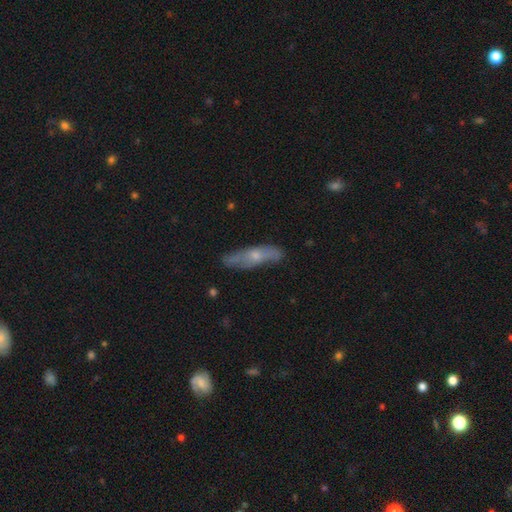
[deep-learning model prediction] Q: Smooth or featured?
A: featured or disk (51%); runner-up: smooth (42%)
Q: Edge-on disk?
A: yes (53%); runner-up: no (47%)
Q: Merging?
A: none (76%); runner-up: minor disturbance (18%)